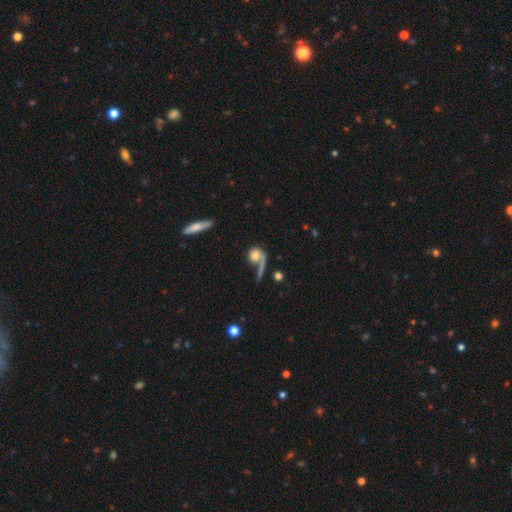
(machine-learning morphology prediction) smooth_or_featured: smooth (p=0.57) [alt: featured or disk p=0.34]
how_rounded: round (p=0.68) [alt: in between p=0.24]
merging: none (p=0.40) [alt: merger p=0.25]